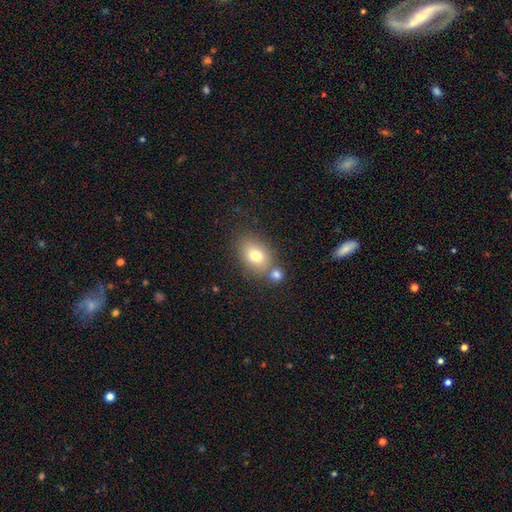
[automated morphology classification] smooth_or_featured: smooth (p=0.76) [alt: featured or disk p=0.14]
how_rounded: in between (p=0.72) [alt: round p=0.27]
merging: none (p=0.59) [alt: merger p=0.25]